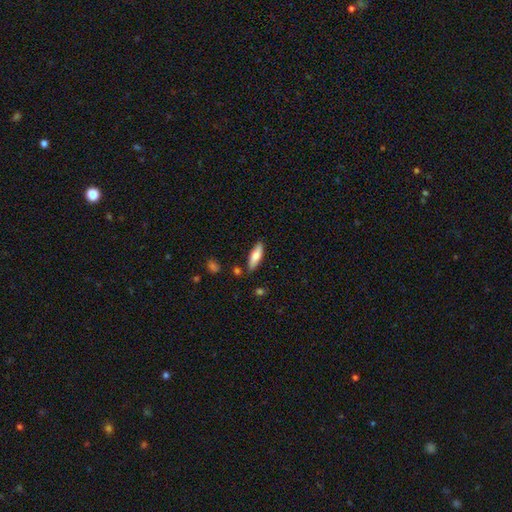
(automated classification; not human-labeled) Smooth or featured: smooth — 72% (featured or disk — 22%)
How rounded: in between — 53% (cigar-shaped — 45%)
Merging: none — 82% (minor disturbance — 13%)